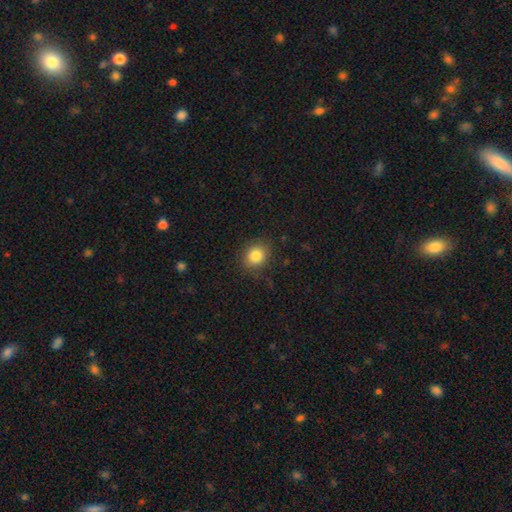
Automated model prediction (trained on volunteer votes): smooth_or_featured: smooth (p=0.83) [alt: star or artifact p=0.10]
how_rounded: round (p=0.70) [alt: in between p=0.29]
merging: none (p=0.84) [alt: minor disturbance p=0.11]